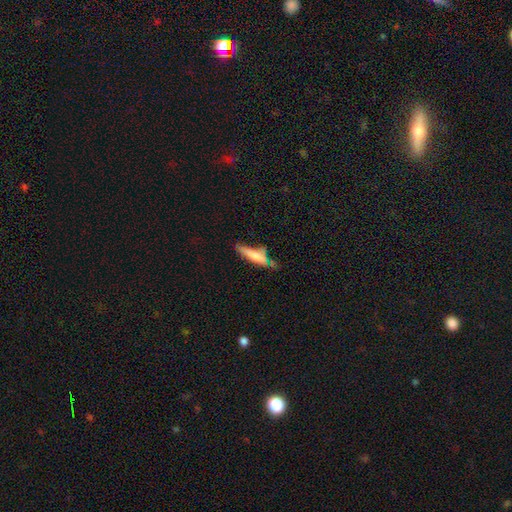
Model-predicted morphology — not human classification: Overall: smooth (69%). How rounded: cigar-shaped (76%). Merging: none (46%; minor disturbance 28%).